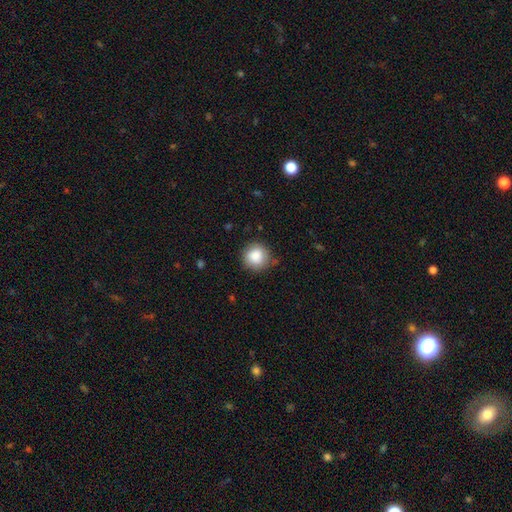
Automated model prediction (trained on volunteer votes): Smooth or featured? Predicted: smooth (p=0.86). How rounded? Predicted: round (p=0.93). Merging? Predicted: none (p=0.84).